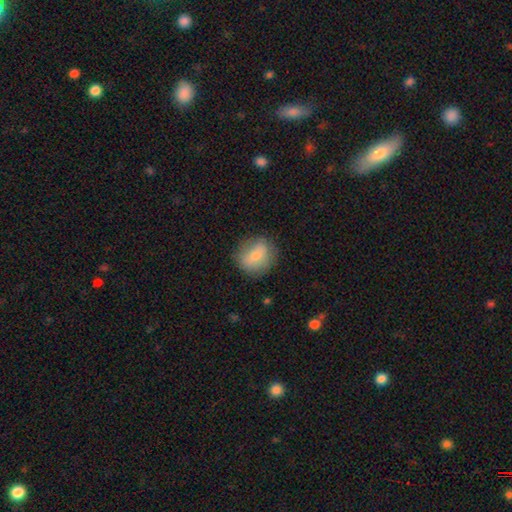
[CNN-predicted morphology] Smooth or featured?
  - smooth: 76% *
  - featured or disk: 16%
  - star or artifact: 8%
How rounded?
  - round: 70% *
  - in between: 29%
  - cigar-shaped: 1%
Merging?
  - none: 76% *
  - minor disturbance: 17%
  - major disturbance: 5%
  - merger: 1%